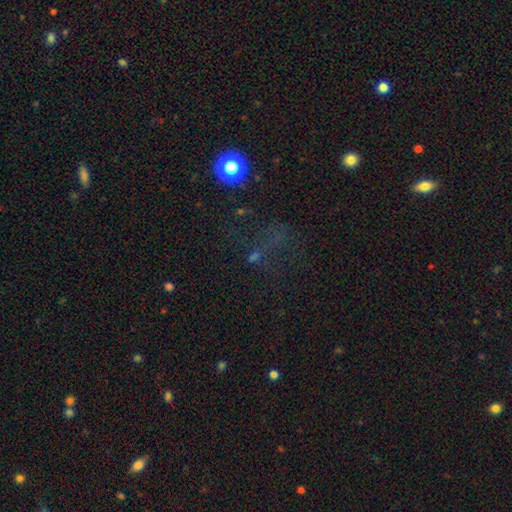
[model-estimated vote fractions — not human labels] A star or artifact, not a galaxy (55%).